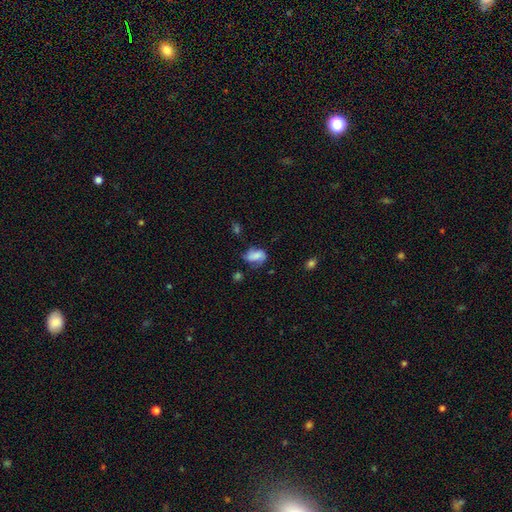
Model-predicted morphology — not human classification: smooth-or-featured: smooth: 72% | featured or disk: 18% | star or artifact: 10%
  how-rounded: in between: 84% | round: 14% | cigar-shaped: 2%
  merging: none: 44% | minor disturbance: 34% | major disturbance: 17% | merger: 5%